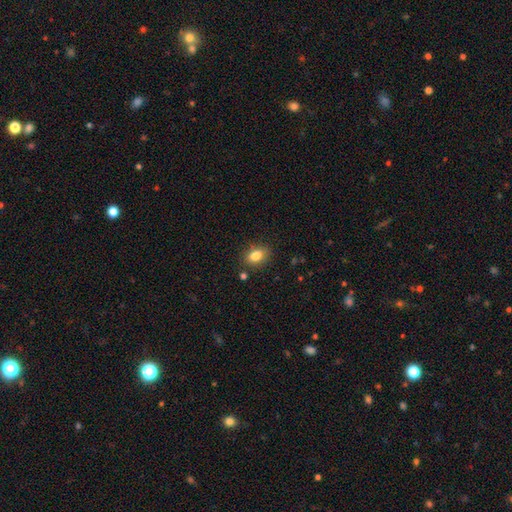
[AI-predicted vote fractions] Smooth or featured: smooth — 84% (star or artifact — 9%)
How rounded: in between — 79% (round — 19%)
Merging: none — 83% (minor disturbance — 11%)